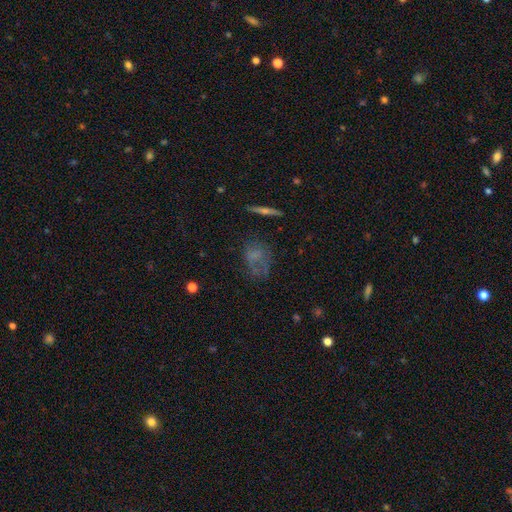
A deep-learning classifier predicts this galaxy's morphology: This appears to be a smooth galaxy with no disk features (47%). Merging: none (44%).